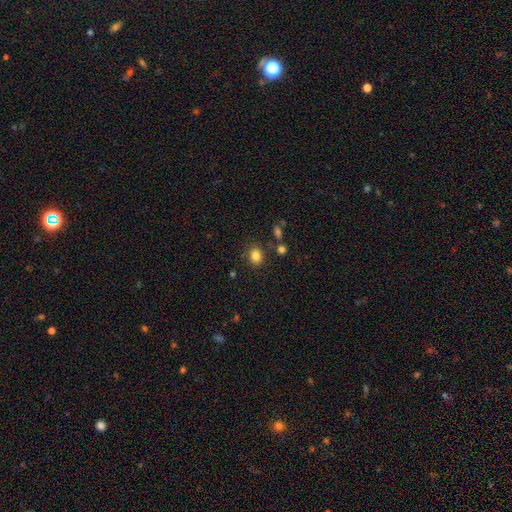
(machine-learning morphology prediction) Smooth or featured? smooth (83%)
How rounded? round (52%)
Merging? none (80%)